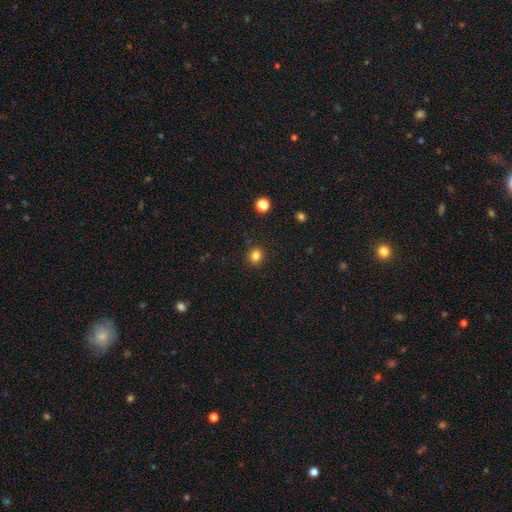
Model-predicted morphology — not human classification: smooth_or_featured: smooth (p=0.83) [alt: star or artifact p=0.13]
how_rounded: round (p=0.75) [alt: in between p=0.24]
merging: none (p=0.89) [alt: minor disturbance p=0.07]